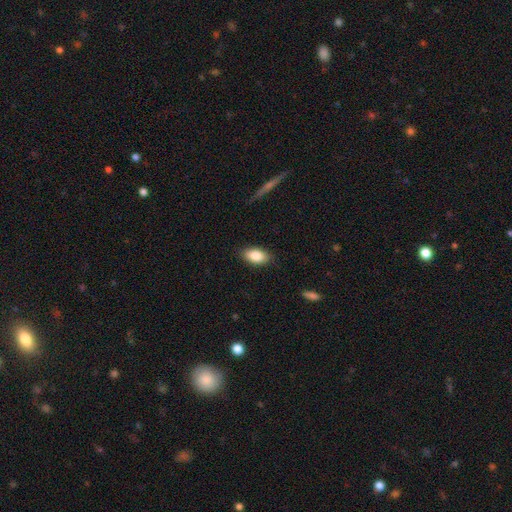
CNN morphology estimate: Smooth or featured? Predicted: smooth (p=0.85). How rounded? Predicted: in between (p=0.92). Merging? Predicted: none (p=0.87).